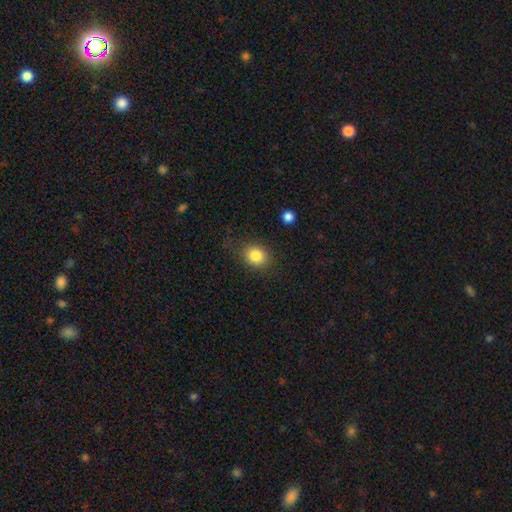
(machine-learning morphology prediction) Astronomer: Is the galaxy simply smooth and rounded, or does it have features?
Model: smooth — 83%.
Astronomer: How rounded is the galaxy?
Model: round — 59% (runner-up: in between, 40%).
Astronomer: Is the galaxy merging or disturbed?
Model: none — 77%.